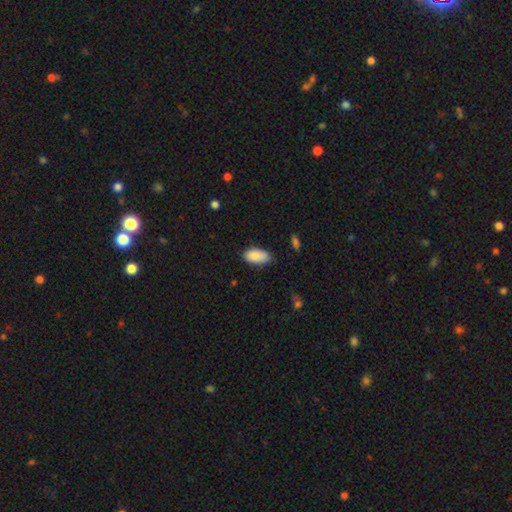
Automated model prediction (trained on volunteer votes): The model was most divided on "merging": none: 71%, minor disturbance: 24%, major disturbance: 4%, merger: 2%. More confident: how rounded — in between (94%); smooth or featured — smooth (88%).